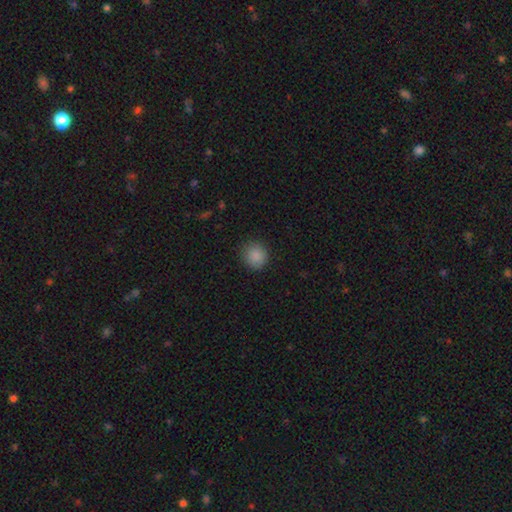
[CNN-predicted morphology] Smooth or featured? Predicted: smooth (p=0.88). How rounded? Predicted: round (p=0.91). Merging? Predicted: none (p=0.89).